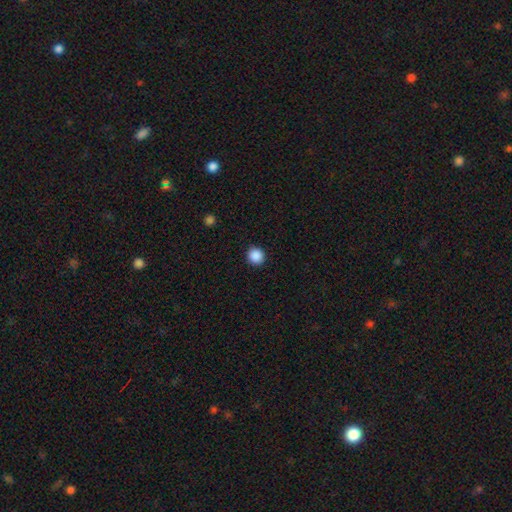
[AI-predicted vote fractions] A smooth galaxy with no disk features (88%) that is round (93%).

Vote fractions:
- Smooth or featured? smooth: 88% / star or artifact: 10% / featured or disk: 2%
- How rounded? round: 93% / in between: 6% / cigar-shaped: 1%
- Merging? none: 92% / minor disturbance: 5% / major disturbance: 2% / merger: 1%